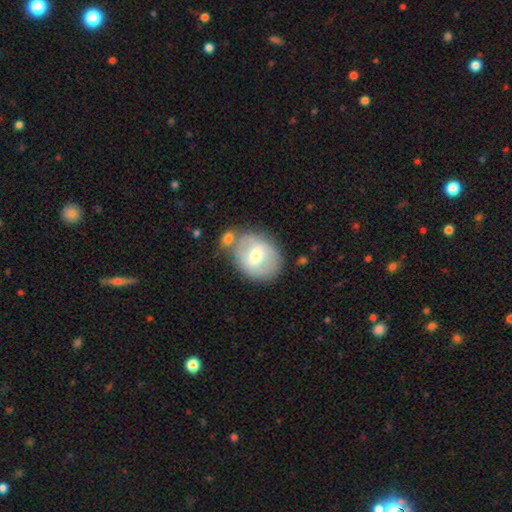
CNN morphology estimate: A smooth galaxy with no disk features (49%).

Vote fractions:
- Smooth or featured? smooth: 49% / featured or disk: 44% / star or artifact: 7%
- Merging? none: 59% / merger: 18% / minor disturbance: 17% / major disturbance: 6%